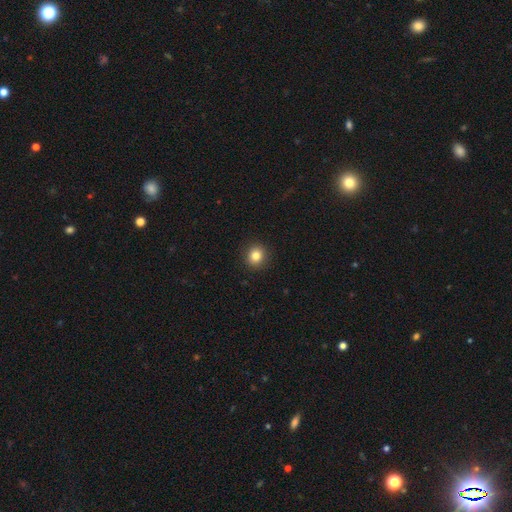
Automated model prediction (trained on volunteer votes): Q: Smooth or featured?
A: smooth (83%); runner-up: star or artifact (11%)
Q: How rounded?
A: round (88%); runner-up: in between (11%)
Q: Merging?
A: none (92%); runner-up: minor disturbance (5%)